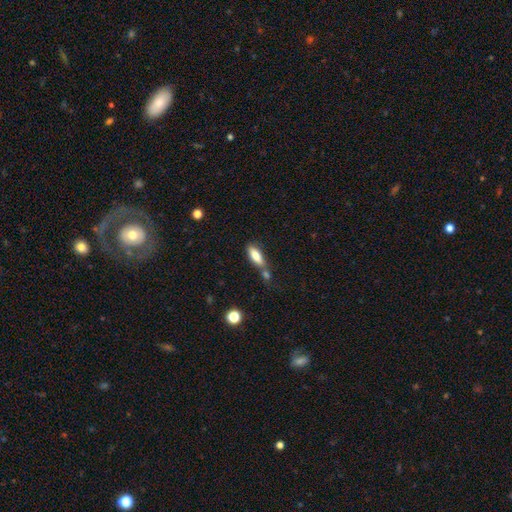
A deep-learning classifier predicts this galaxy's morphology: type=smooth (76%); roundness=in between (62%); merging=none (51%).